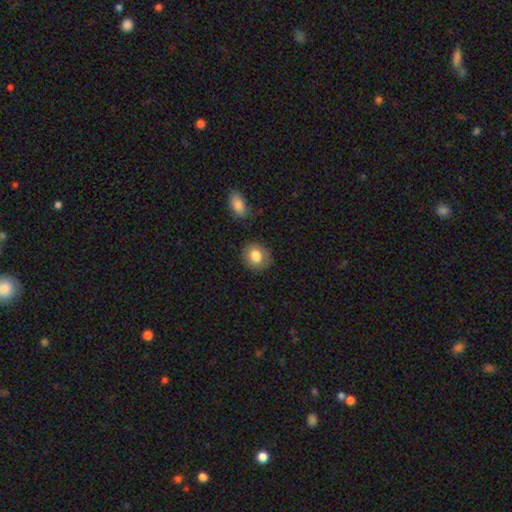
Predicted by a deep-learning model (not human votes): Smooth or featured? Predicted: smooth (p=0.81). How rounded? Predicted: round (p=0.72). Merging? Predicted: none (p=0.84).